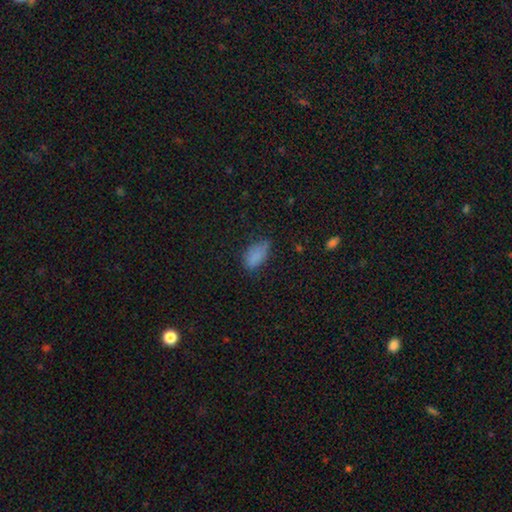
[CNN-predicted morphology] Smooth or featured? Predicted: smooth (p=0.81). How rounded? Predicted: in between (p=0.92). Merging? Predicted: none (p=0.57).